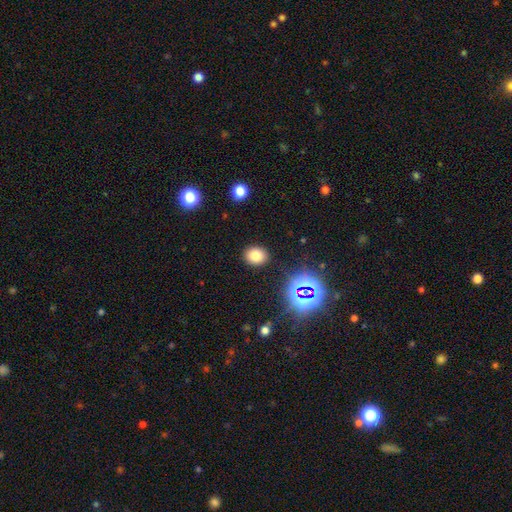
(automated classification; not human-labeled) Smooth or featured? smooth (75%)
How rounded? round (59%)
Merging? none (88%)